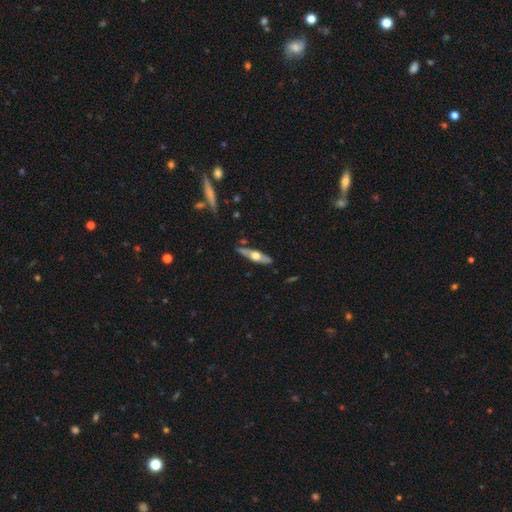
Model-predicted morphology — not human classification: Q: Smooth or featured?
A: featured or disk (60%); runner-up: smooth (35%)
Q: Edge-on disk?
A: yes (87%); runner-up: no (13%)
Q: Edge-on bulge?
A: rounded (94%); runner-up: boxy (3%)
Q: Merging?
A: none (84%); runner-up: minor disturbance (12%)